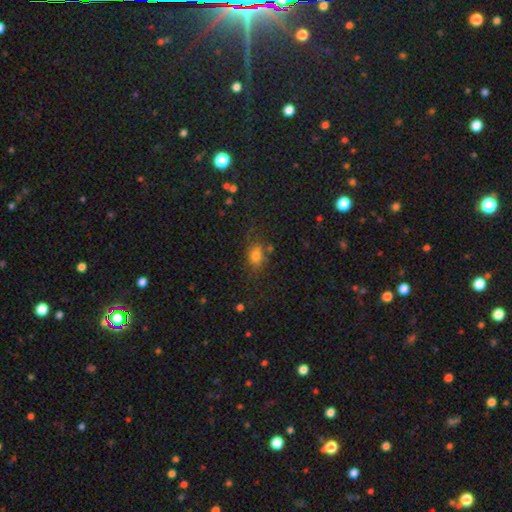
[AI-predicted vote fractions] Morphology: type=smooth (75%); roundness=in between (62%); merging=none (70%).